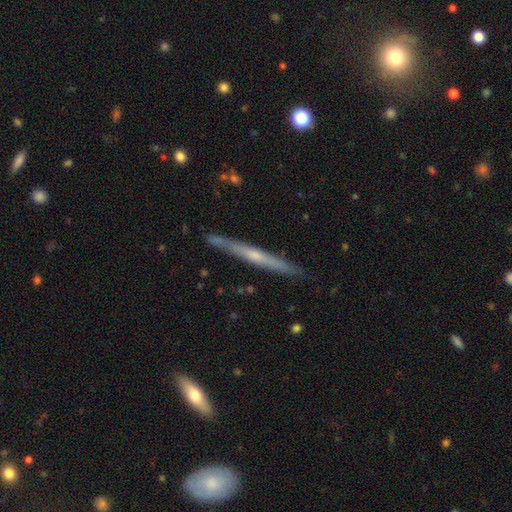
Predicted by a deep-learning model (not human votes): This appears to be a featured or disk galaxy (65%) viewed edge-on (97%) with no central bulge (50%). Merging: none (88%).